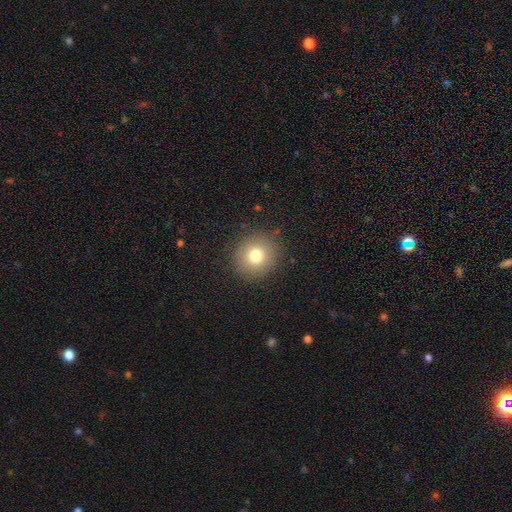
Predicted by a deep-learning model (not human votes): A smooth galaxy with no disk features (76%) that is round (90%).

Vote fractions:
- Smooth or featured? smooth: 76% / star or artifact: 13% / featured or disk: 11%
- How rounded? round: 90% / in between: 9% / cigar-shaped: 1%
- Merging? none: 87% / minor disturbance: 8% / major disturbance: 3% / merger: 1%